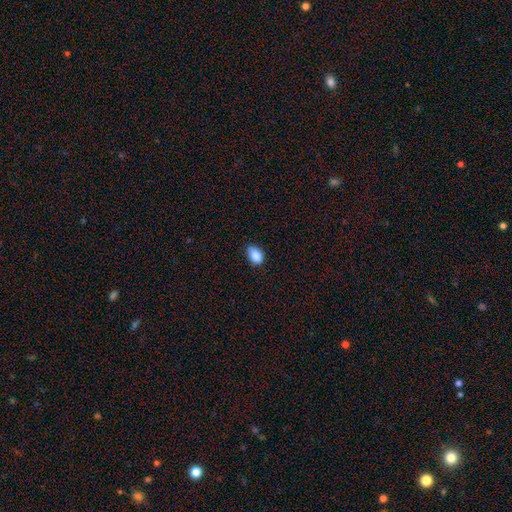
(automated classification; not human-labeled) This is clearly a smooth galaxy (87%). How rounded: clearly in between (84%). Merging: likely none (67%).